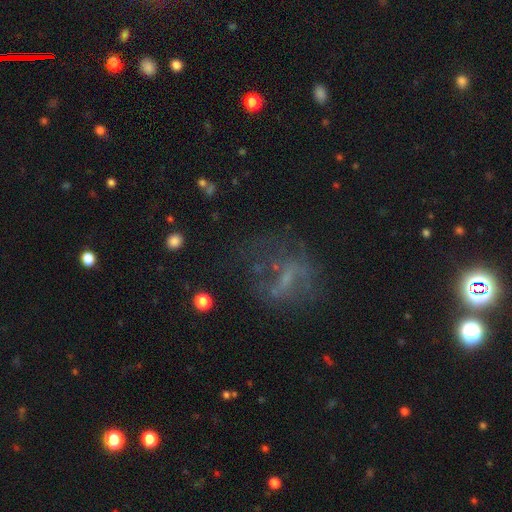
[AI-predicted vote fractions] smooth_or_featured: featured or disk (p=0.40) [alt: star or artifact p=0.32]
merging: none (p=0.53) [alt: major disturbance p=0.25]